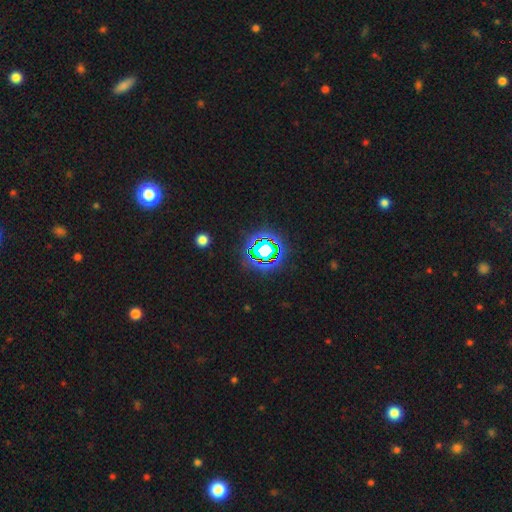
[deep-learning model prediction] The model was most divided on "smooth or featured": star or artifact: 79%, smooth: 14%, featured or disk: 8%.